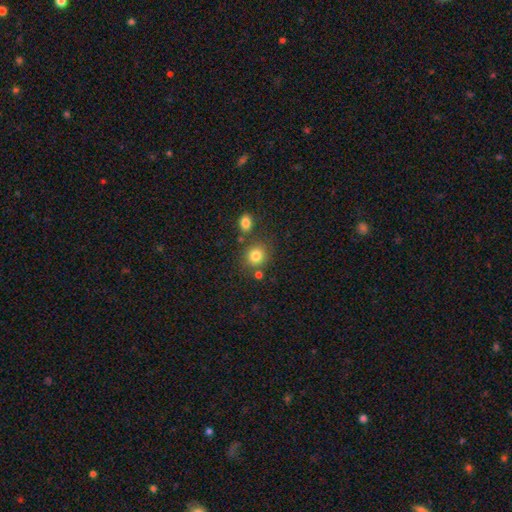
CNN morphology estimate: type=smooth (81%); roundness=round (83%); merging=none (74%).